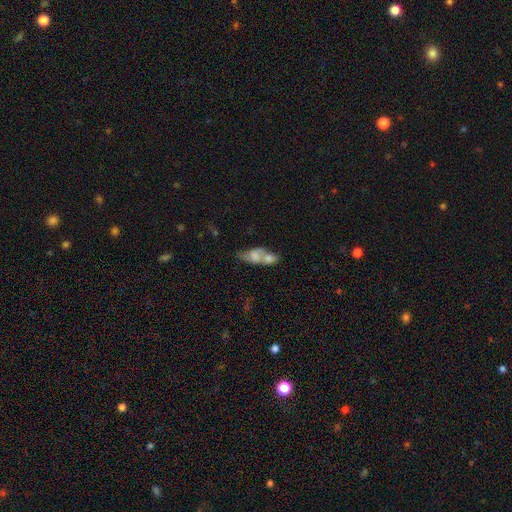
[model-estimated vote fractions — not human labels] smooth 61%, featured or disk 30%, star or artifact 9%. Down the decision tree: how rounded — in between (73%); merging — merger (69%).